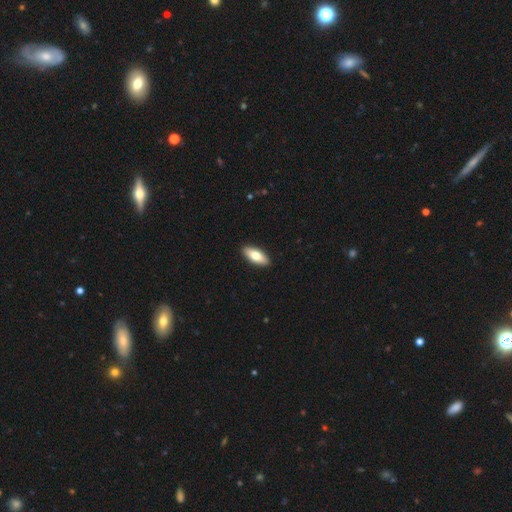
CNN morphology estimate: Smooth or featured? Predicted: smooth (p=0.74). How rounded? Predicted: in between (p=0.78). Merging? Predicted: none (p=0.91).